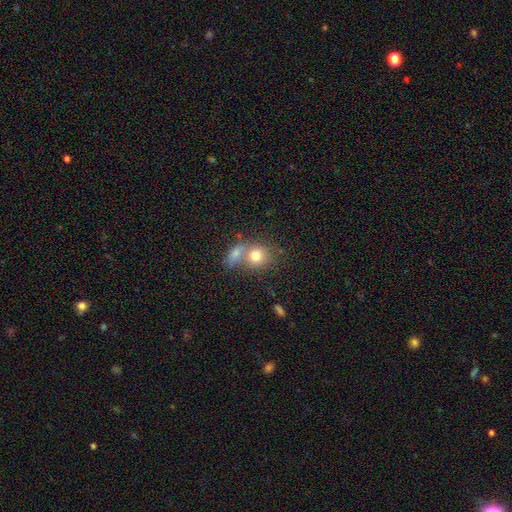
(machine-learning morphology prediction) The model was most divided on "merging": merger: 49%, none: 37%, minor disturbance: 9%, major disturbance: 5%. More confident: smooth or featured — smooth (76%); how rounded — round (69%).